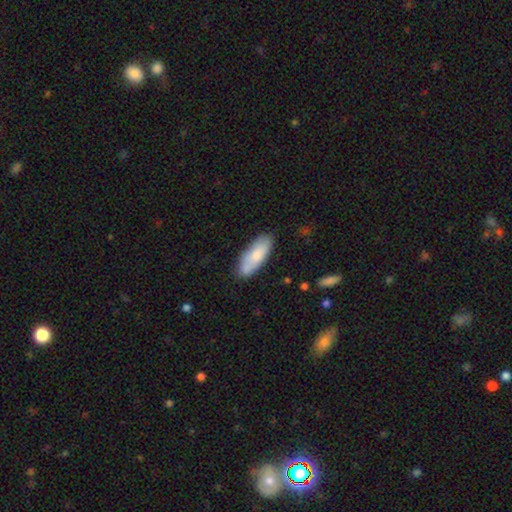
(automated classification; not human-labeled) A smooth galaxy with no disk features (78%) that is in between round and cigar-shaped (72%).

Vote fractions:
- Smooth or featured? smooth: 78% / featured or disk: 16% / star or artifact: 6%
- How rounded? in between: 72% / cigar-shaped: 27% / round: 2%
- Merging? none: 76% / minor disturbance: 17% / merger: 4% / major disturbance: 3%